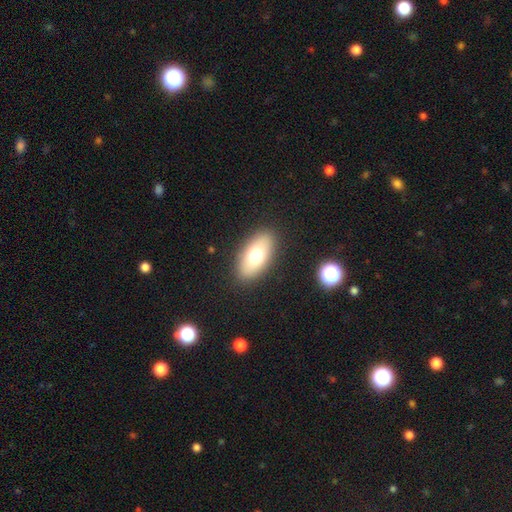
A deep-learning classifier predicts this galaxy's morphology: Smooth or featured? Predicted: smooth (p=0.71). How rounded? Predicted: in between (p=0.90). Merging? Predicted: none (p=0.88).